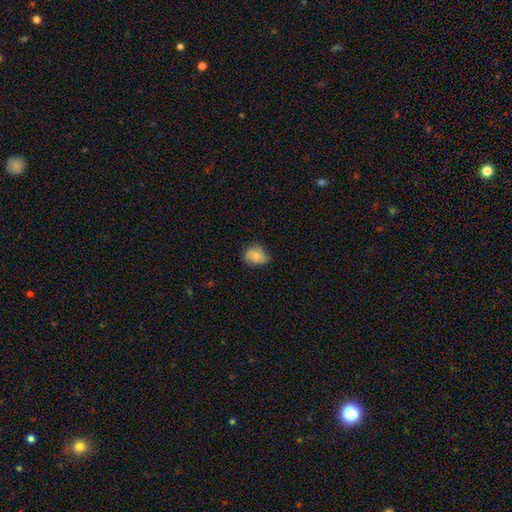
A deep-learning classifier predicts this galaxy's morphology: Smooth or featured? smooth (77%)
How rounded? round (53%)
Merging? none (69%)